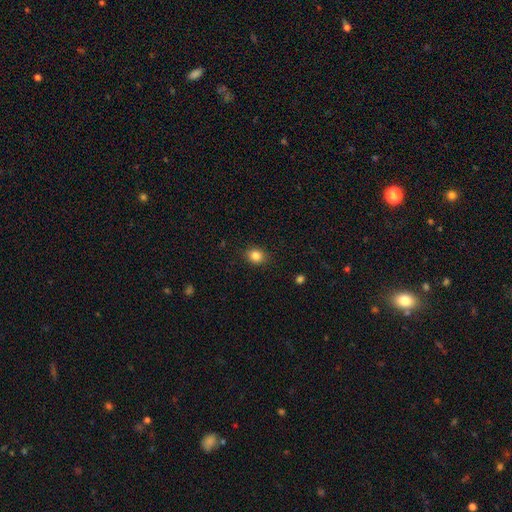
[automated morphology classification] Q: Smooth or featured?
A: smooth (84%); runner-up: star or artifact (10%)
Q: How rounded?
A: round (63%); runner-up: in between (36%)
Q: Merging?
A: none (89%); runner-up: minor disturbance (8%)